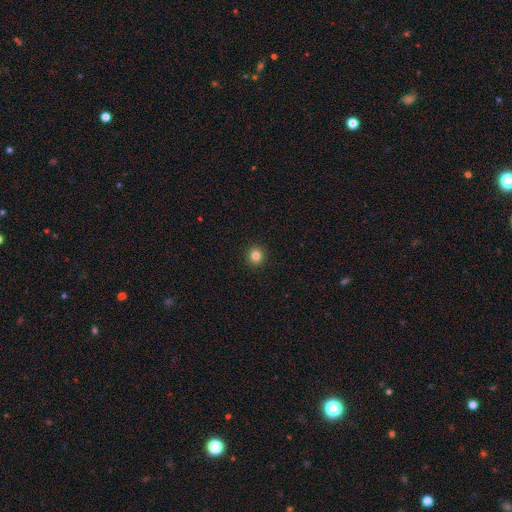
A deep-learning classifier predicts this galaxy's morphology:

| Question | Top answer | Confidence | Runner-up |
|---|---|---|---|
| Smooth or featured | smooth | 83% | star or artifact (12%) |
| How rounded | round | 90% | in between (9%) |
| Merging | none | 93% | minor disturbance (4%) |